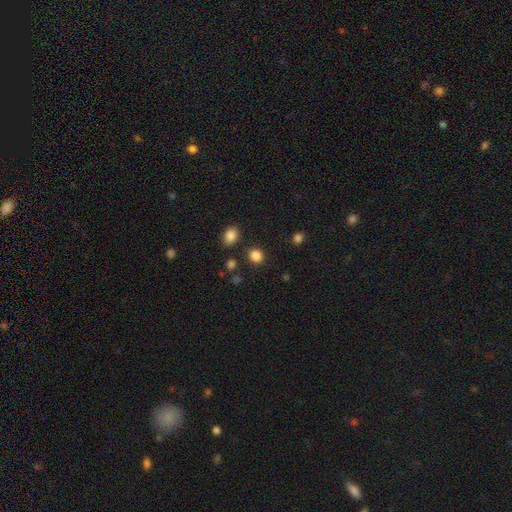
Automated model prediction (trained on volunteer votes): Smooth or featured: smooth — 85% (star or artifact — 11%)
How rounded: round — 73% (in between — 26%)
Merging: none — 85% (minor disturbance — 8%)